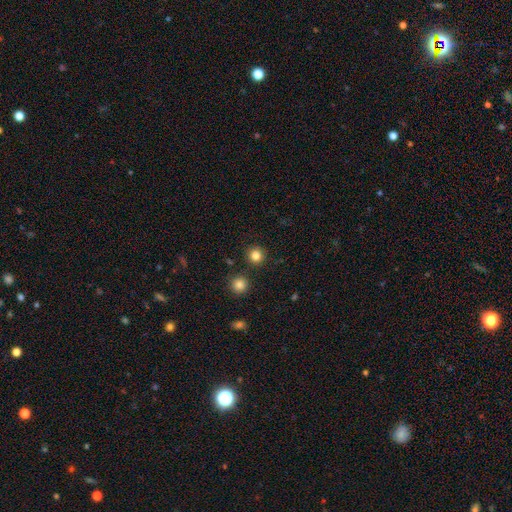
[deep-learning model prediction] Smooth or featured? Predicted: smooth (p=0.83). How rounded? Predicted: round (p=0.94). Merging? Predicted: none (p=0.90).